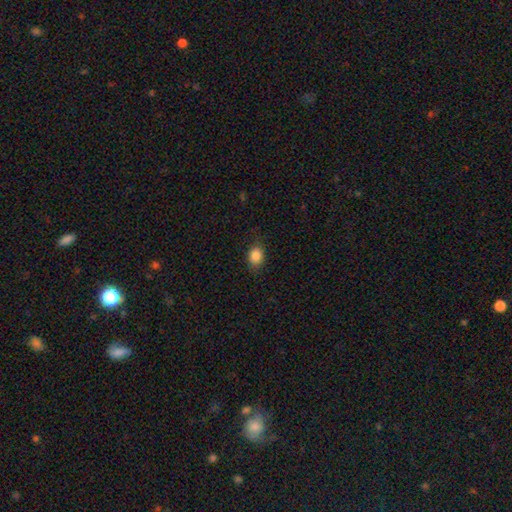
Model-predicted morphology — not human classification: smooth_or_featured: smooth (p=0.85) [alt: star or artifact p=0.09]
how_rounded: in between (p=0.58) [alt: round p=0.41]
merging: none (p=0.79) [alt: minor disturbance p=0.16]